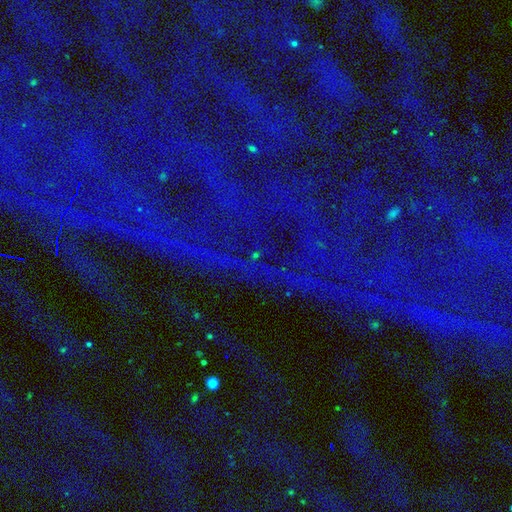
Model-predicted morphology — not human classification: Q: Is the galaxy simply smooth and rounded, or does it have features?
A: star or artifact — 81%.